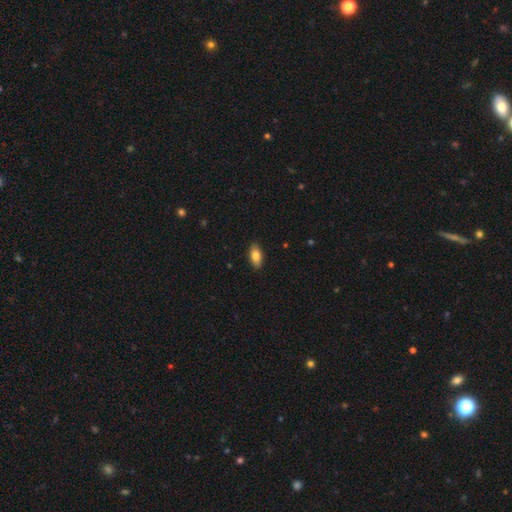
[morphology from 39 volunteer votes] smooth-or-featured: smooth: 77% | featured or disk: 18% | star or artifact: 5%
  how-rounded: in between: 80% | cigar-shaped: 17% | round: 3%
  merging: none: 84% | minor disturbance: 11% | major disturbance: 5% | merger: 0%